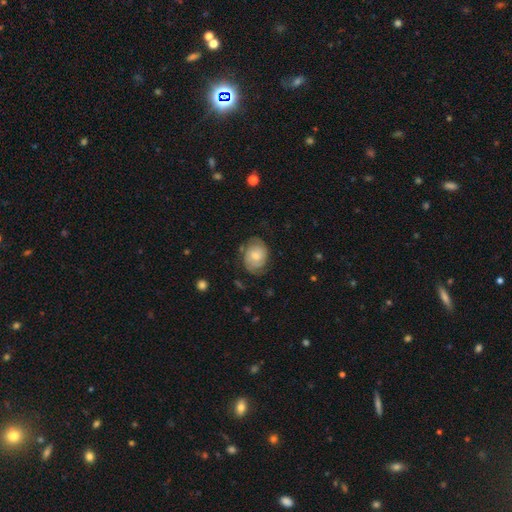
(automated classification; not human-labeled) Smooth or featured? Predicted: featured or disk (p=0.53). Edge-on disk? Predicted: no (p=0.97). Bar? Predicted: no (p=0.68). Spiral arms? Predicted: yes (p=0.84). Bulge size? Predicted: small (p=0.45). Merging? Predicted: none (p=0.66).